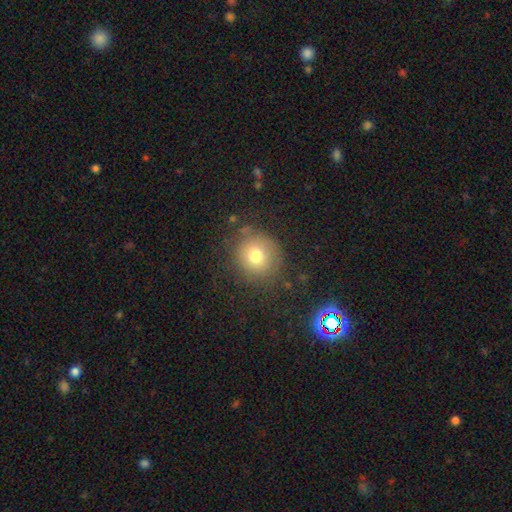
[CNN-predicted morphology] This is likely a smooth galaxy (73%). How rounded: clearly round (90%). Merging: likely none (79%).